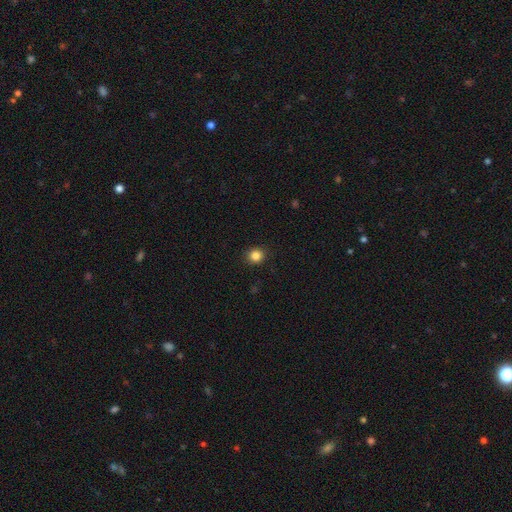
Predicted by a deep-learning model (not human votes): A smooth galaxy with no disk features (85%) that is round (87%).

Vote fractions:
- Smooth or featured? smooth: 85% / star or artifact: 11% / featured or disk: 4%
- How rounded? round: 87% / in between: 12% / cigar-shaped: 1%
- Merging? none: 91% / minor disturbance: 6% / major disturbance: 2% / merger: 1%